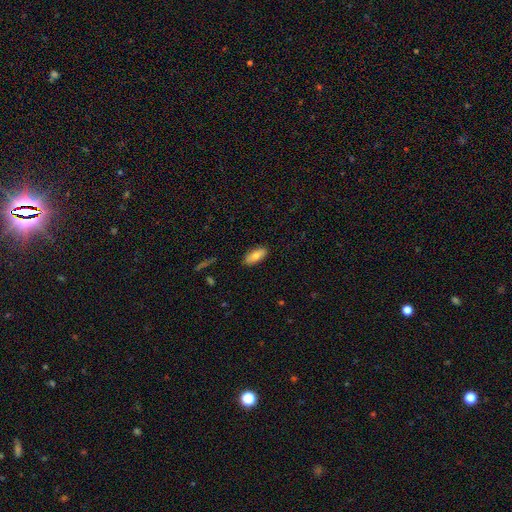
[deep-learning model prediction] Smooth or featured: smooth — 78% (featured or disk — 16%)
How rounded: in between — 82% (cigar-shaped — 15%)
Merging: none — 88% (minor disturbance — 9%)